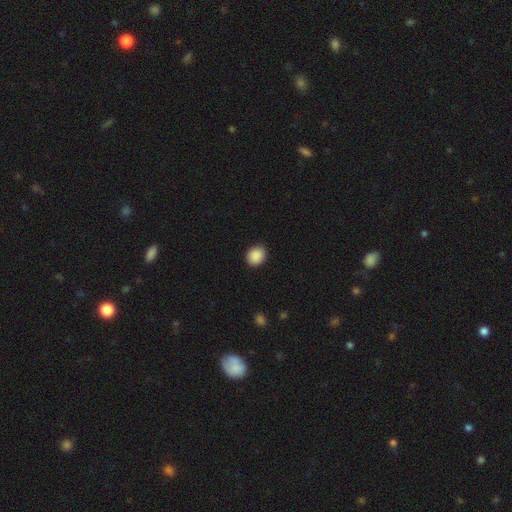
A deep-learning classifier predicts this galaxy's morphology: Smooth or featured? smooth (90%)
How rounded? round (67%)
Merging? none (90%)